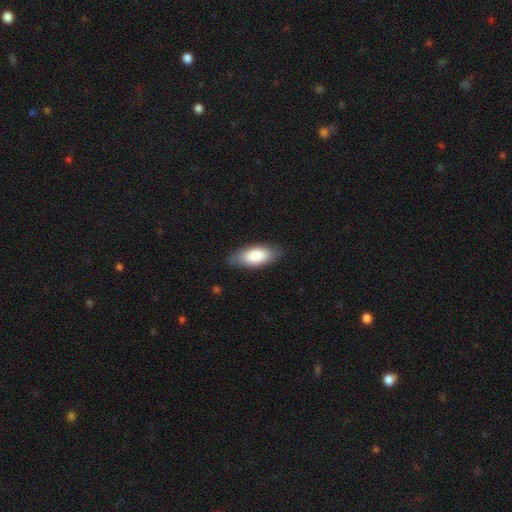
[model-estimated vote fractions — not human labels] This appears to be a smooth galaxy with no disk features (83%) that is in between round and cigar-shaped (88%). Merging: none (80%).